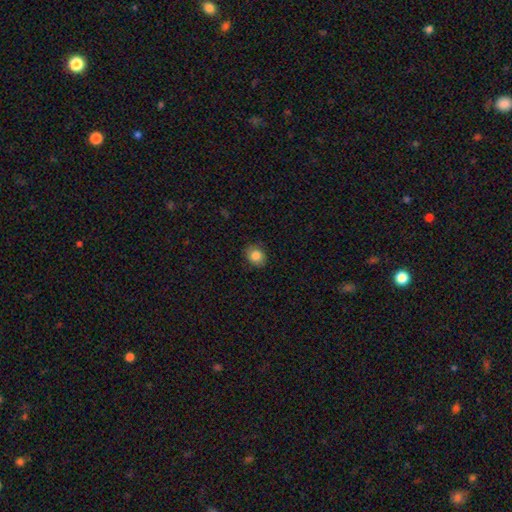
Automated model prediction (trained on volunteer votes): Morphology: type=smooth (84%); roundness=round (59%); merging=none (85%).